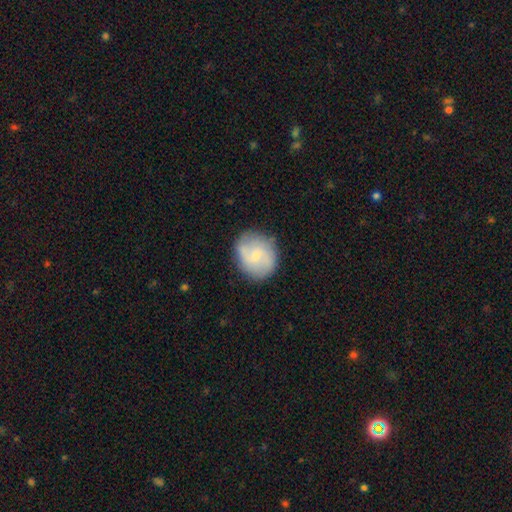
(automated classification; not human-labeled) Overall: featured or disk (52%; smooth 41%). Edge-on disk: no (98%). Bar: no (50%; weak 43%). Spiral arms: yes (85%). Bulge size: small (68%). Merging: none (79%).